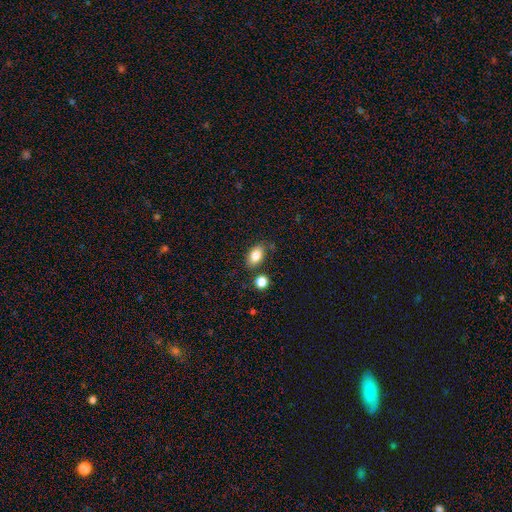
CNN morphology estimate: This is clearly a smooth galaxy (84%). How rounded: clearly in between (86%). Merging: likely none (76%).